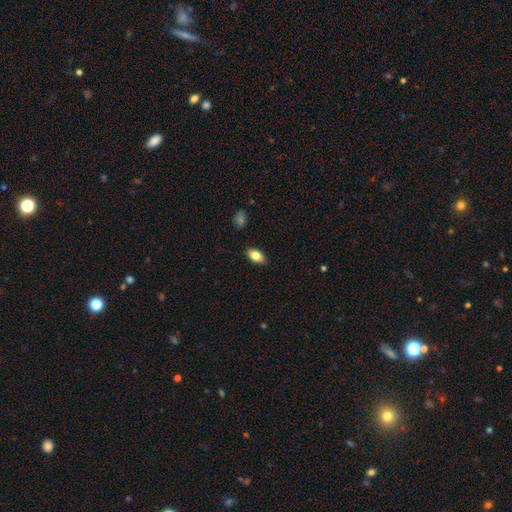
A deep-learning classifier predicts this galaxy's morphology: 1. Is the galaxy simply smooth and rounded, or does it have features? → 81% smooth, 12% featured or disk, 8% star or artifact.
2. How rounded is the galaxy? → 90% in between, 6% round, 3% cigar-shaped.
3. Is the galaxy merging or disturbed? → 88% none, 9% minor disturbance, 2% major disturbance, 1% merger.